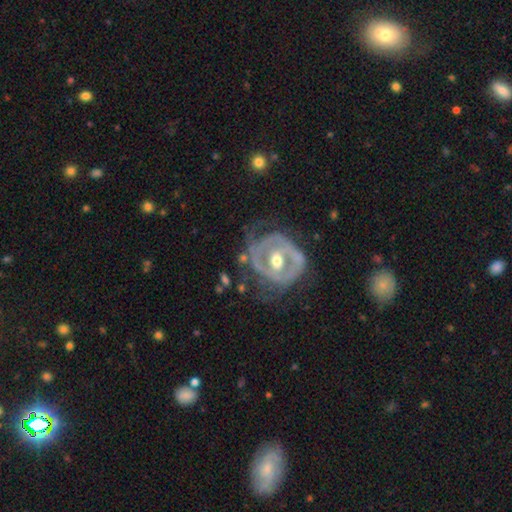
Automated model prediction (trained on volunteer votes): The model was most divided on "bar": weak: 37%, no: 33%, strong: 30%. More confident: edge-on disk — no (96%); smooth or featured — featured or disk (81%); bulge size — moderate (77%); spiral arms — yes (57%); merging — none (51%).